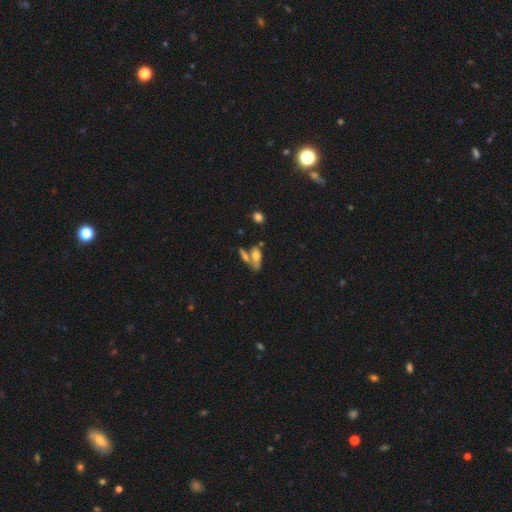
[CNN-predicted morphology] Smooth or featured: smooth — 58% (featured or disk — 32%)
How rounded: in between — 71% (cigar-shaped — 24%)
Merging: none — 40% (merger — 38%)